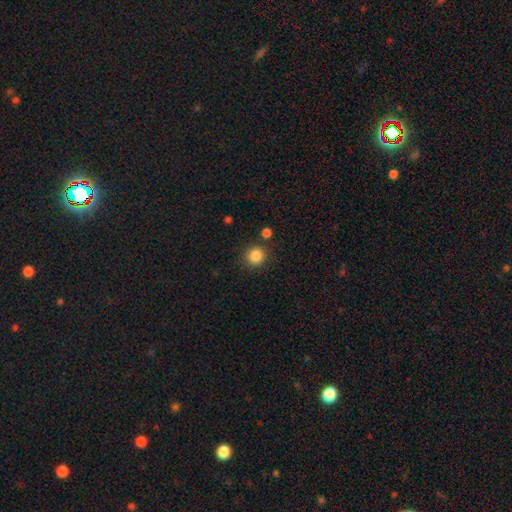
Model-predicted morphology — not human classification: Smooth or featured? Predicted: smooth (p=0.85). How rounded? Predicted: round (p=0.89). Merging? Predicted: none (p=0.85).